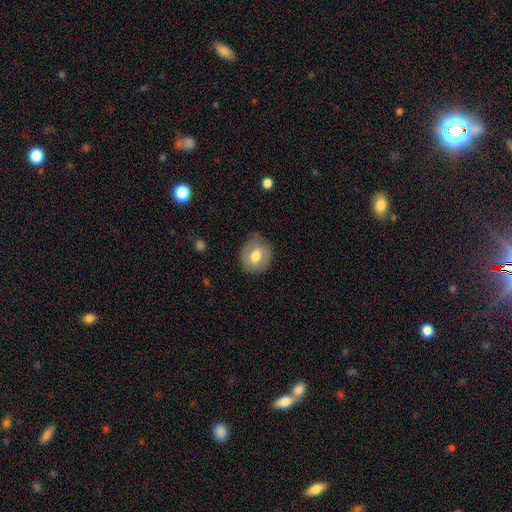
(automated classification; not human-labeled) smooth-or-featured: smooth: 65% | featured or disk: 28% | star or artifact: 7%
  how-rounded: round: 65% | in between: 34% | cigar-shaped: 1%
  merging: none: 70% | minor disturbance: 23% | major disturbance: 6% | merger: 1%